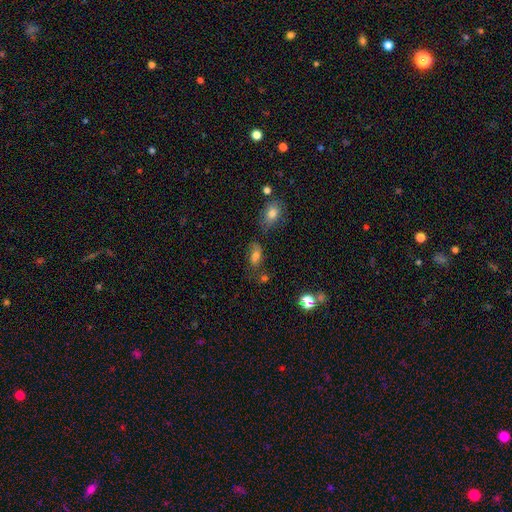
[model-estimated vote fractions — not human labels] This appears to be a smooth galaxy with no disk features (67%) that is in between round and cigar-shaped (83%). Merging: none (52%).